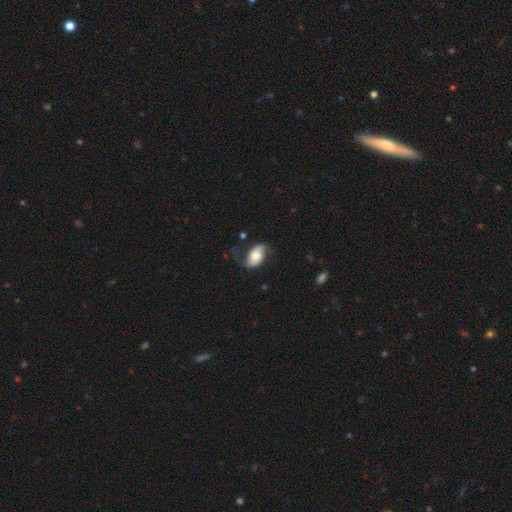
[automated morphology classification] This is possibly a featured or disk galaxy (56%). It is clearly not viewed edge-on (94%). Bar: possibly no (59%). Spiral arm pattern: clearly yes (82%). Central bulge: likely moderate (63%). Merging: likely none (60%).